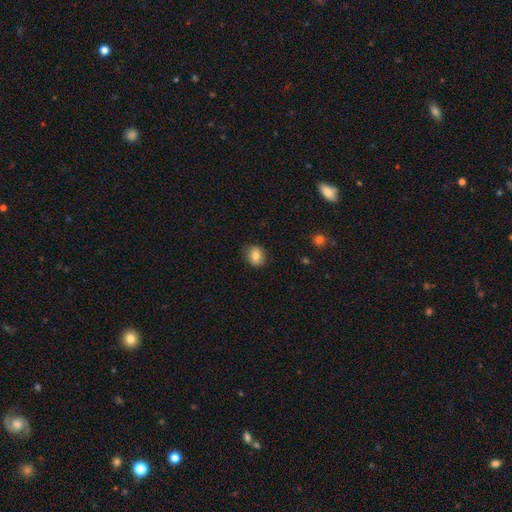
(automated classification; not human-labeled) smooth-or-featured: smooth: 80% | featured or disk: 11% | star or artifact: 9%
  how-rounded: round: 62% | in between: 37% | cigar-shaped: 1%
  merging: none: 86% | minor disturbance: 11% | major disturbance: 2% | merger: 1%